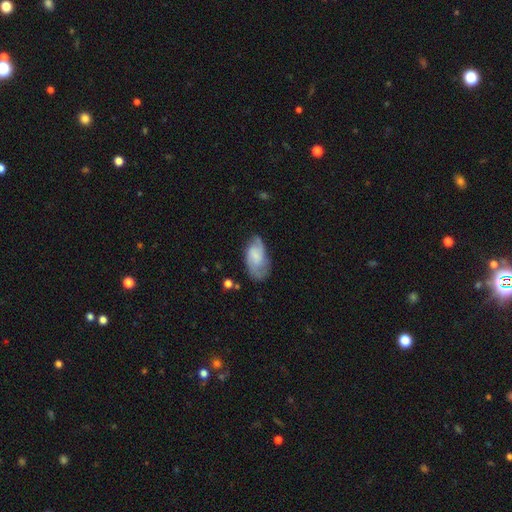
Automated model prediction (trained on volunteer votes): The model was most divided on "bulge size": none: 38%, small: 32%, moderate: 20%, large: 8%, dominant: 2%. Remaining: edge-on disk — no (96%); spiral arms — yes (88%); merging — none (62%); smooth or featured — featured or disk (59%); bar — no (49%).